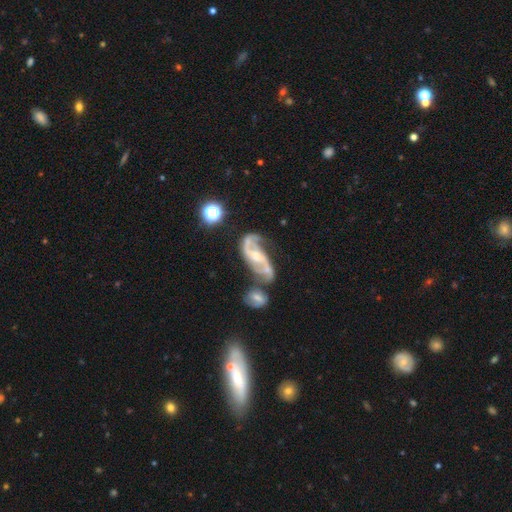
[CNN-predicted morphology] Smooth or featured: featured or disk — 87% (star or artifact — 7%)
Edge-on disk: no — 96% (yes — 4%)
Bar: weak — 41% (no — 39%)
Spiral arms: yes — 96% (no — 4%)
Spiral winding: loose — 44% (medium — 43%)
Spiral arm count: 2 — 85% (can't tell — 5%)
Bulge size: moderate — 48% (small — 44%)
Merging: merger — 34% (tied with none — 34%)